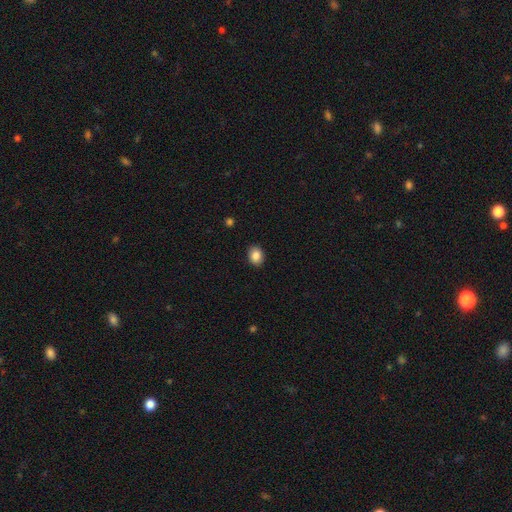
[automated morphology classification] Smooth or featured? Predicted: smooth (p=0.86). How rounded? Predicted: in between (p=0.57). Merging? Predicted: none (p=0.90).